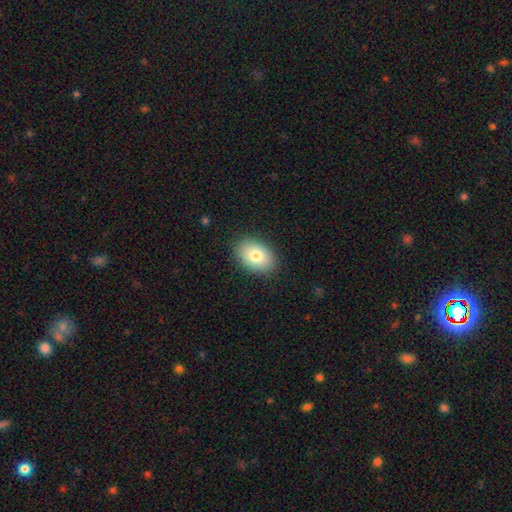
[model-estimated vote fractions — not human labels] A smooth galaxy with no disk features (80%) that is in between round and cigar-shaped (84%).

Vote fractions:
- Smooth or featured? smooth: 80% / featured or disk: 12% / star or artifact: 8%
- How rounded? in between: 84% / round: 15% / cigar-shaped: 1%
- Merging? none: 88% / minor disturbance: 9% / major disturbance: 2% / merger: 1%